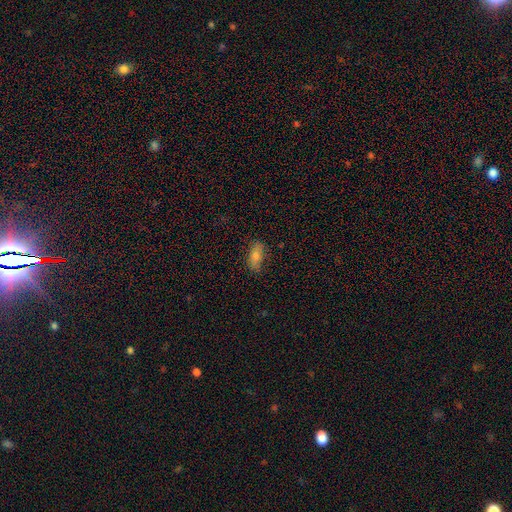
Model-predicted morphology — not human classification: Smooth or featured: smooth — 69% (featured or disk — 21%)
How rounded: in between — 73% (cigar-shaped — 23%)
Merging: none — 83% (minor disturbance — 13%)